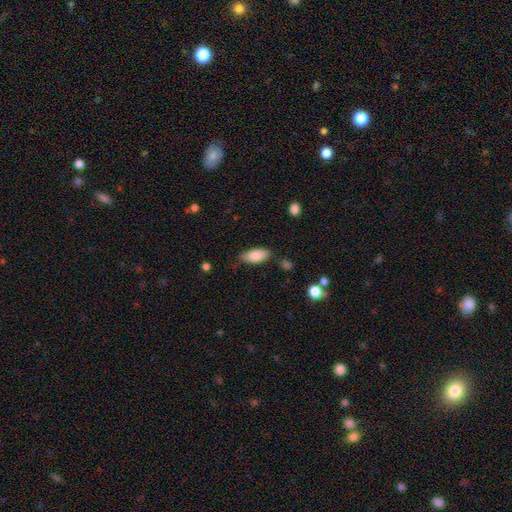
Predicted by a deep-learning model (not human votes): Smooth or featured: smooth — 85% (featured or disk — 9%)
How rounded: in between — 85% (cigar-shaped — 13%)
Merging: none — 75% (minor disturbance — 19%)